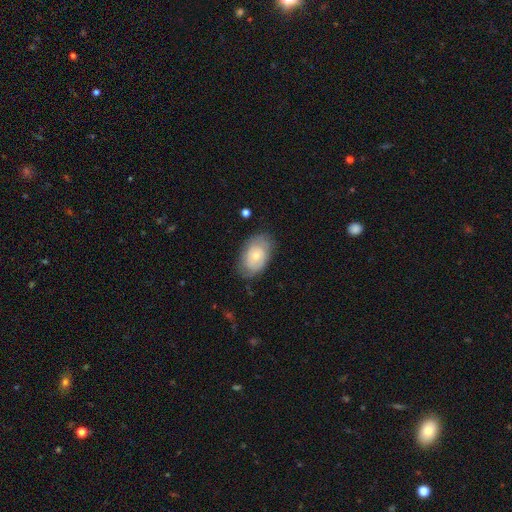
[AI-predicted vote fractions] Morphology: type=featured or disk (51%); edge-on=no (95%); merging=none (71%).